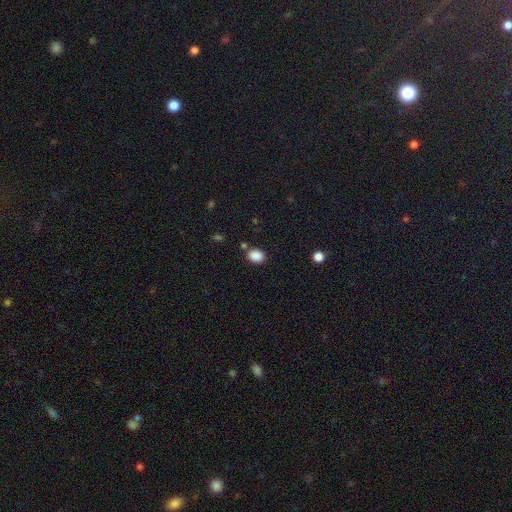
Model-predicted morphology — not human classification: A smooth galaxy with no disk features (87%) that is in between round and cigar-shaped (66%).

Vote fractions:
- Smooth or featured? smooth: 87% / star or artifact: 10% / featured or disk: 3%
- How rounded? in between: 66% / round: 33% / cigar-shaped: 1%
- Merging? none: 79% / minor disturbance: 12% / merger: 5% / major disturbance: 3%